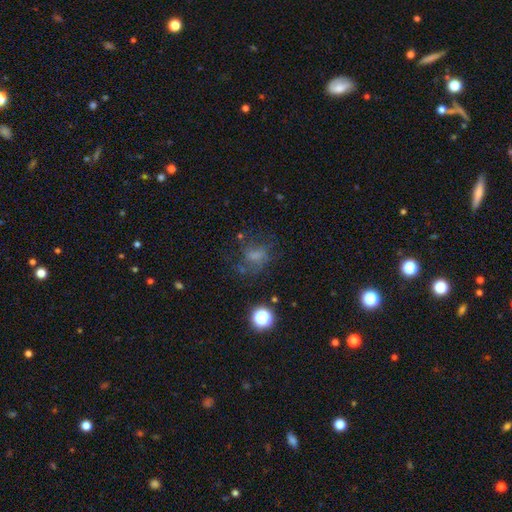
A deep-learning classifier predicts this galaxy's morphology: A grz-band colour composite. It shows a smooth galaxy with no disk features (42%). Merging: none (48%).